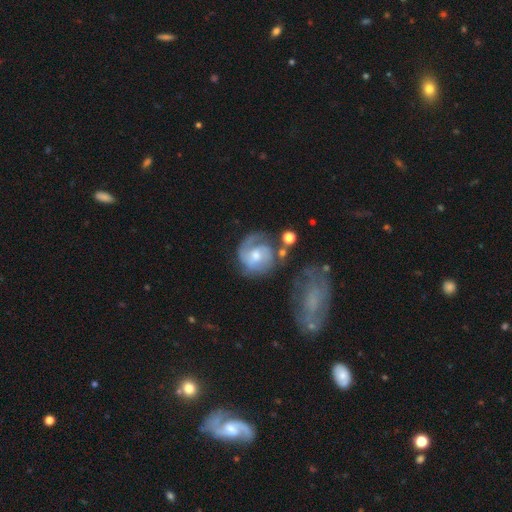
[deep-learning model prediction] Smooth or featured: featured or disk — 73% (smooth — 21%)
Edge-on disk: no — 98% (yes — 2%)
Bar: no — 56% (weak — 37%)
Spiral arms: yes — 90% (no — 10%)
Spiral winding: tight — 44% (medium — 39%)
Spiral arm count: 2 — 41% (1 — 27%)
Bulge size: moderate — 62% (small — 26%)
Merging: none — 54% (minor disturbance — 20%)